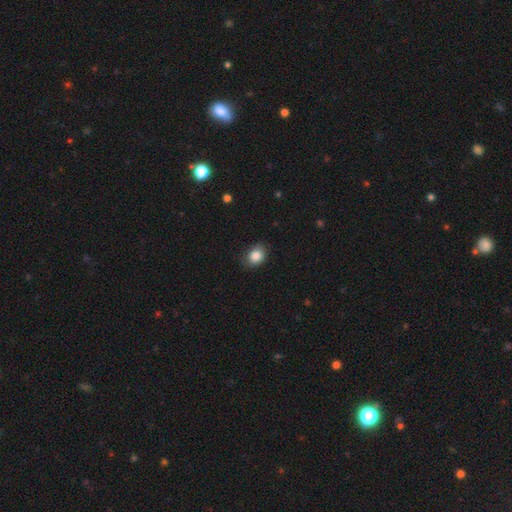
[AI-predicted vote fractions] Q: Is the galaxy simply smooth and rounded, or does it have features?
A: smooth — 85%.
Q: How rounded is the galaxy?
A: round — 50%.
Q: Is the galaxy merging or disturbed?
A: none — 76%.